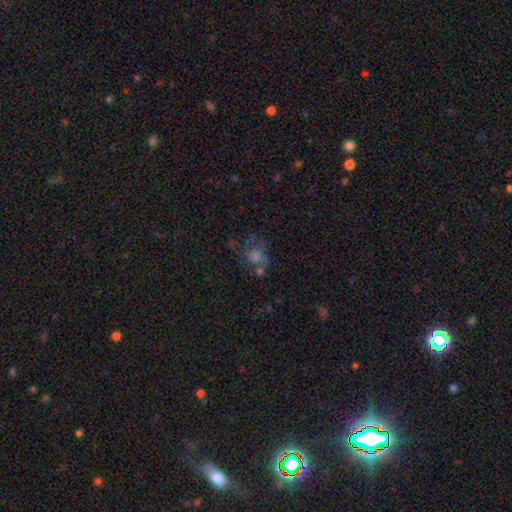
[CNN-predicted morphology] featured or disk 39%, smooth 35%, star or artifact 26%. Down the decision tree: merging — none (50%).